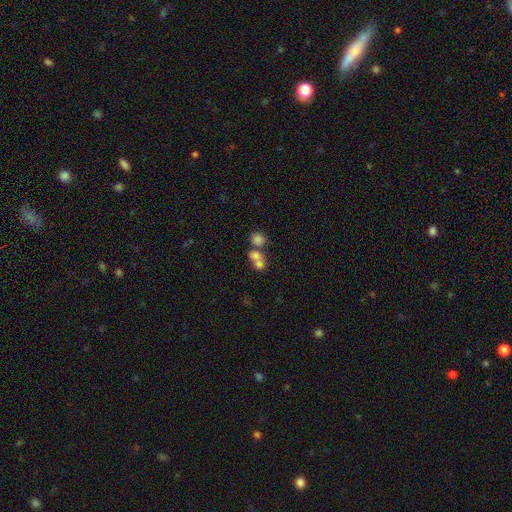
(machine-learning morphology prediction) Smooth or featured: smooth — 72% (featured or disk — 16%)
How rounded: round — 66% (in between — 32%)
Merging: merger — 62% (none — 27%)